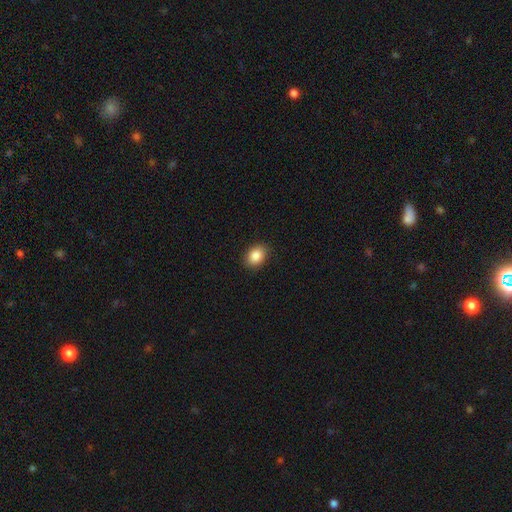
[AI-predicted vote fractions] Smooth or featured: smooth — 87% (star or artifact — 8%)
How rounded: in between — 68% (round — 31%)
Merging: none — 89% (minor disturbance — 8%)